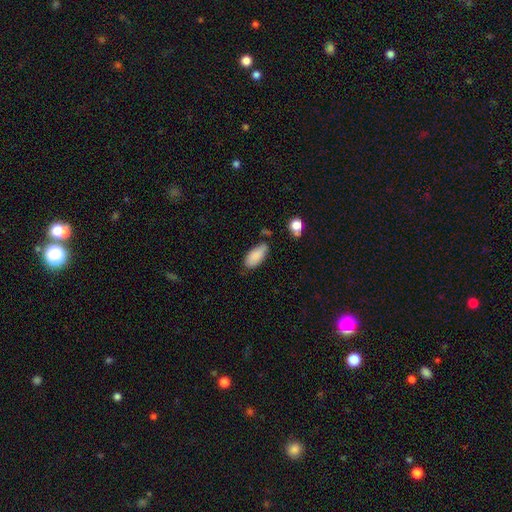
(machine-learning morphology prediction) This appears to be a smooth galaxy with no disk features (87%) that is in between round and cigar-shaped (89%). Merging: none (69%).